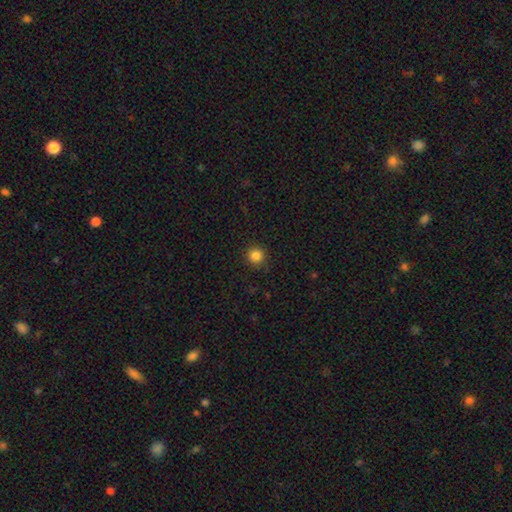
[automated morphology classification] A smooth galaxy with no disk features (85%) that is round (94%). Merging: none (90%).